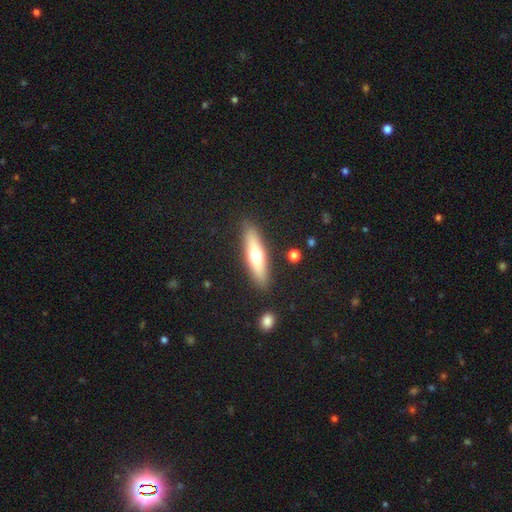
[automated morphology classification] This is possibly a smooth galaxy (53%). How rounded: likely cigar-shaped (72%). Merging: clearly none (87%).